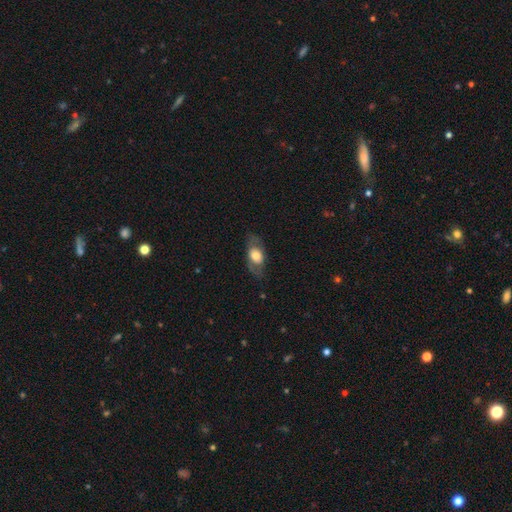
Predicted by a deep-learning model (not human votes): A smooth galaxy with no disk features (47%). Merging: none (75%).